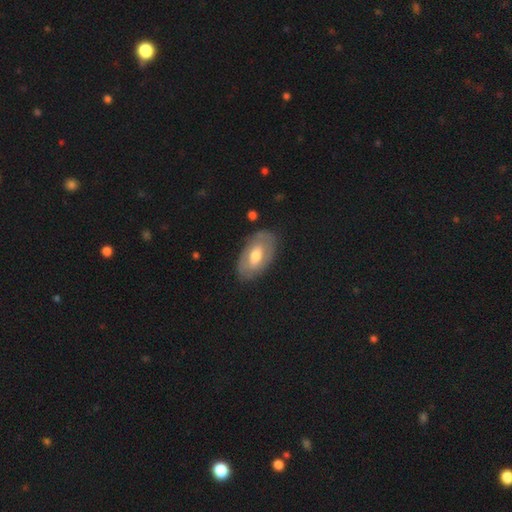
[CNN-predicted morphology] type=featured or disk (54%); edge-on=no (90%); merging=none (80%).